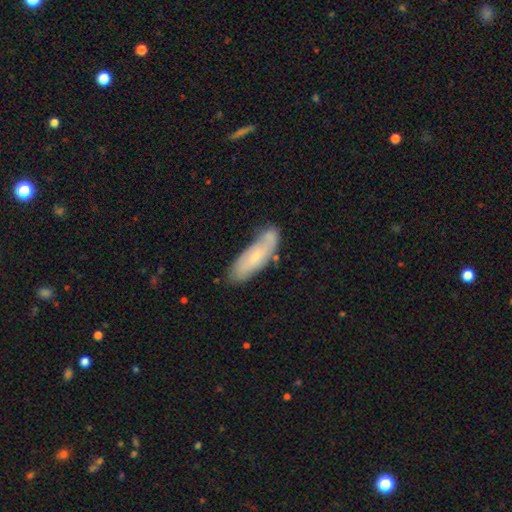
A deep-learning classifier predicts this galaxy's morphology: Smooth or featured: smooth — 53% (featured or disk — 41%)
How rounded: in between — 50% (cigar-shaped — 48%)
Merging: none — 65% (minor disturbance — 23%)